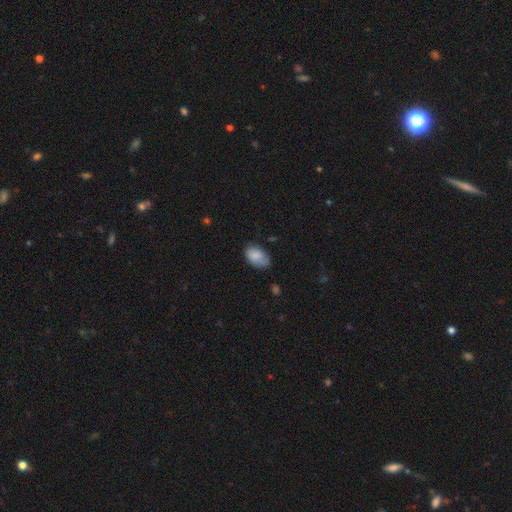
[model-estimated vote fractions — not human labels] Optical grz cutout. It shows a smooth galaxy with no disk features (84%) that is in between round and cigar-shaped (92%). Merging: none (65%).